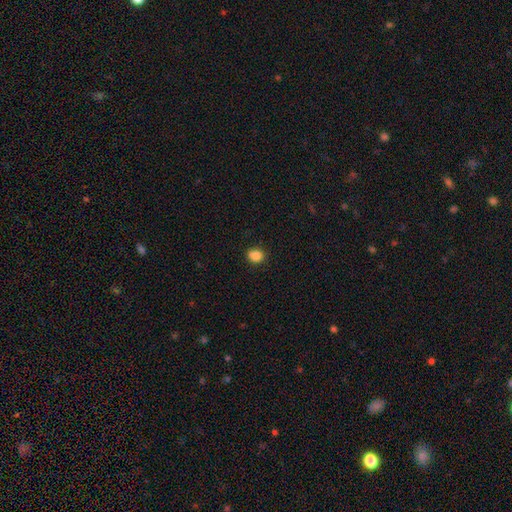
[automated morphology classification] Q: Smooth or featured?
A: smooth (86%); runner-up: star or artifact (10%)
Q: How rounded?
A: round (64%); runner-up: in between (35%)
Q: Merging?
A: none (84%); runner-up: minor disturbance (12%)